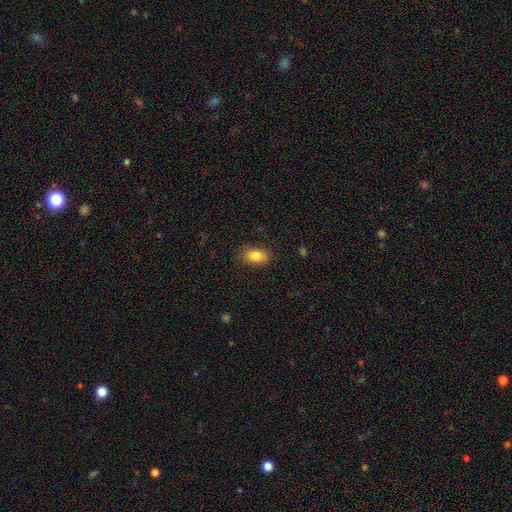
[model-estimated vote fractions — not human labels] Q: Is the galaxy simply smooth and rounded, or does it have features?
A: smooth — 84%.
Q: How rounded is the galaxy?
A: in between — 86%.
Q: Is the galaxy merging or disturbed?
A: none — 85%.